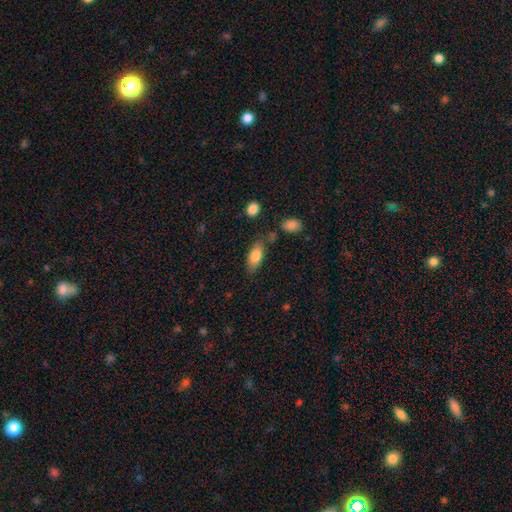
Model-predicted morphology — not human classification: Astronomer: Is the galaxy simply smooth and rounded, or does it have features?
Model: smooth — 81%.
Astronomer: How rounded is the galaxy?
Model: in between — 86%.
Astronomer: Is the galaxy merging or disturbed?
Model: none — 71%.